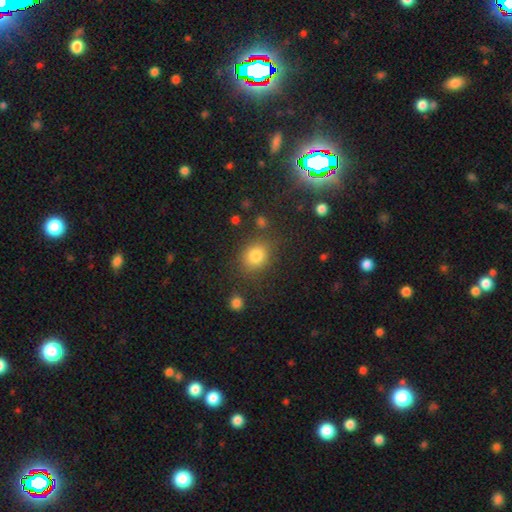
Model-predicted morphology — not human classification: This is clearly a smooth galaxy (81%). How rounded: likely round (67%). Merging: likely none (77%).